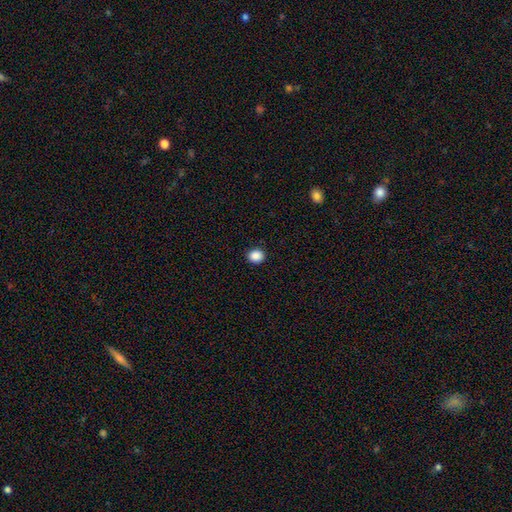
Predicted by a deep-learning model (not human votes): Morphology: type=smooth (88%); roundness=round (76%); merging=none (92%).